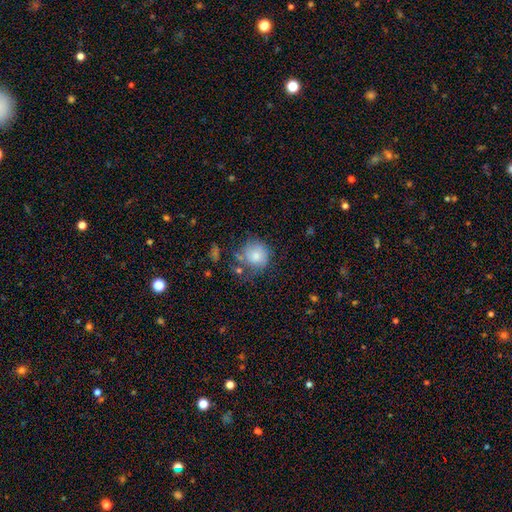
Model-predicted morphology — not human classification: smooth-or-featured: smooth: 77% | featured or disk: 14% | star or artifact: 8%
  how-rounded: round: 86% | in between: 13% | cigar-shaped: 1%
  merging: none: 52% | minor disturbance: 26% | major disturbance: 13% | merger: 9%